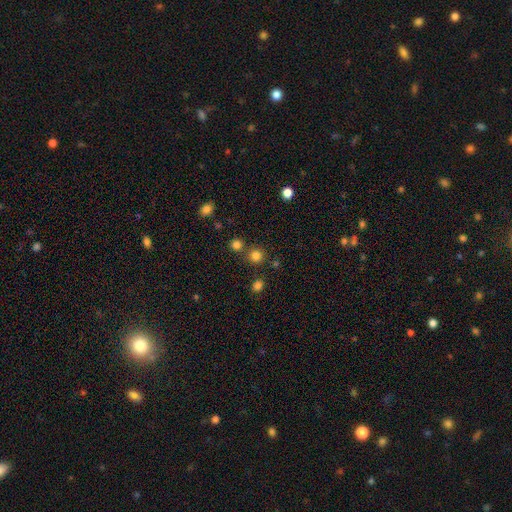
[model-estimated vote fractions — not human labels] This is likely a smooth galaxy (79%). How rounded: clearly round (92%). Merging: likely none (77%).